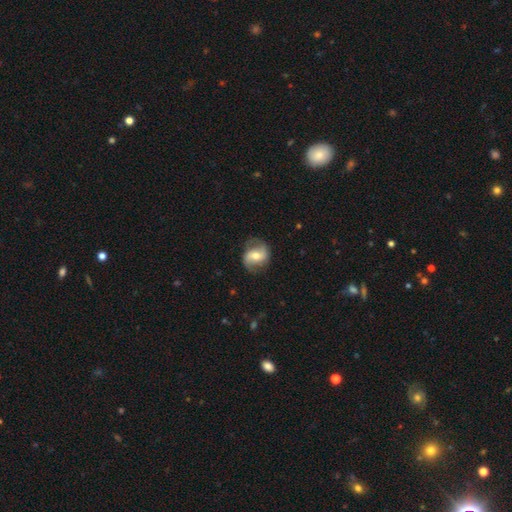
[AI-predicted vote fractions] A featured or disk galaxy (65%) with a weak bar (39%), 2 (87%) medium (41%) spiral arms (86%) and a moderate central bulge (63%). Merging: none (74%).